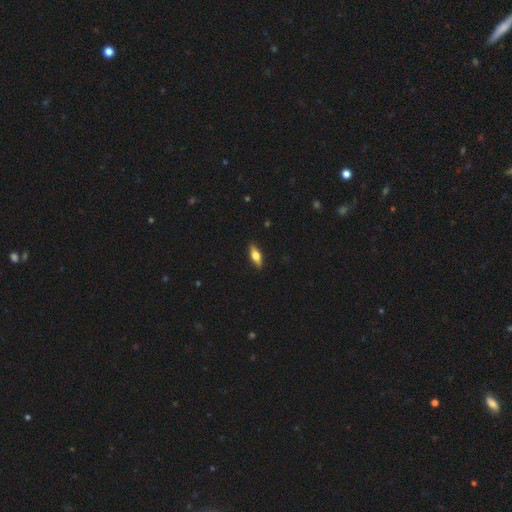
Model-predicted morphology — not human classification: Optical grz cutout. It shows a smooth galaxy with no disk features (55%) that is in between round and cigar-shaped (64%). Merging: none (88%).